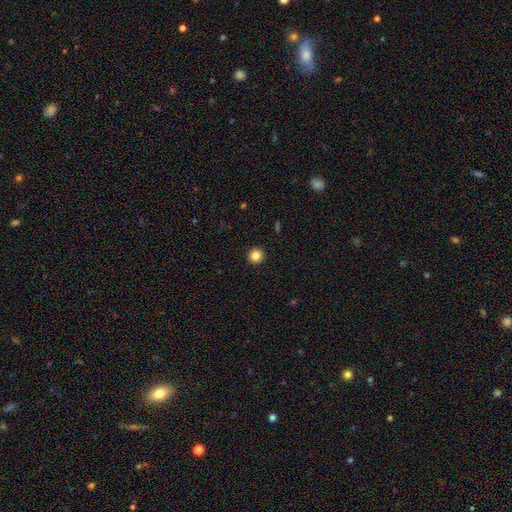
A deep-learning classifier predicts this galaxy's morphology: This is clearly a smooth galaxy (85%). How rounded: clearly round (90%). Merging: clearly none (93%).